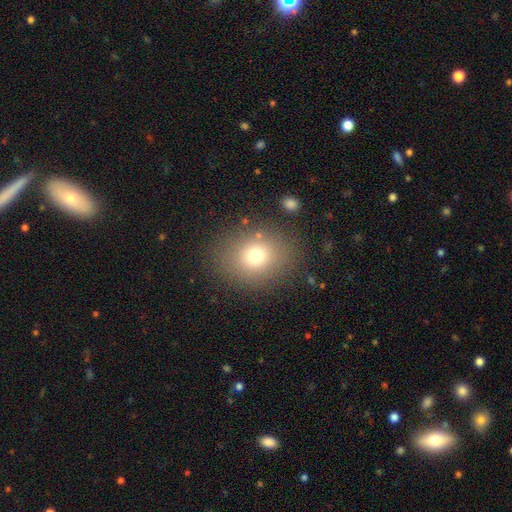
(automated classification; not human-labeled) Overall: smooth (72%). How rounded: round (61%; in between 38%). Merging: none (83%).